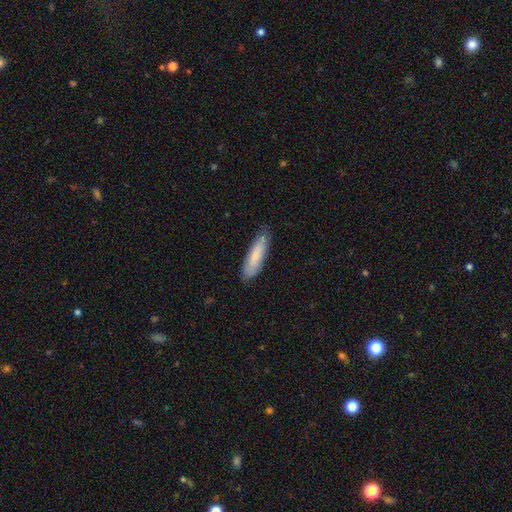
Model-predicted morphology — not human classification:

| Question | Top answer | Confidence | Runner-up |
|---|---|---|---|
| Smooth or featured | smooth | 81% | featured or disk (13%) |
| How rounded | cigar-shaped | 72% | in between (27%) |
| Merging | none | 80% | minor disturbance (16%) |